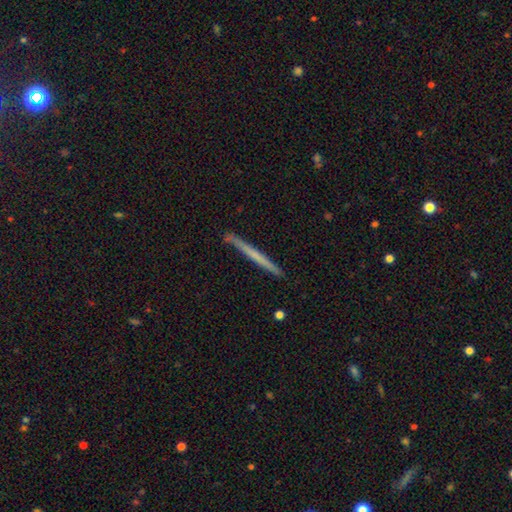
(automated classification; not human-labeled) The model was most divided on "smooth or featured": smooth: 49%, featured or disk: 46%, star or artifact: 5%. More confident: merging — none (90%).